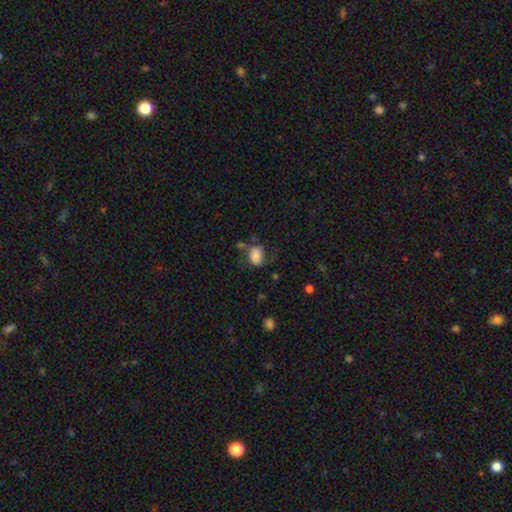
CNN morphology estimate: Q: Smooth or featured?
A: smooth (78%); runner-up: featured or disk (13%)
Q: How rounded?
A: in between (76%); runner-up: round (23%)
Q: Merging?
A: none (49%); runner-up: minor disturbance (27%)